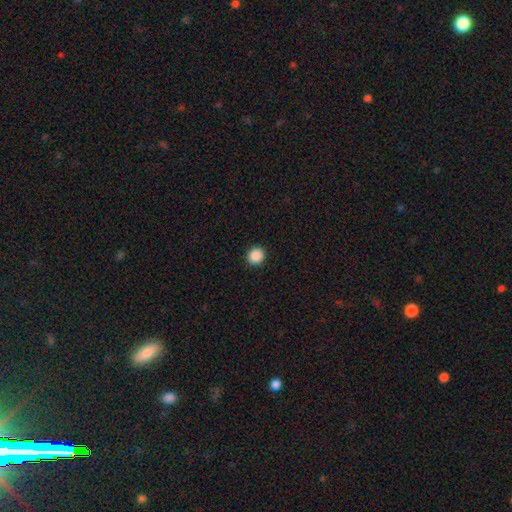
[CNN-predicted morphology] Overall: smooth (88%). How rounded: round (93%). Merging: none (93%).